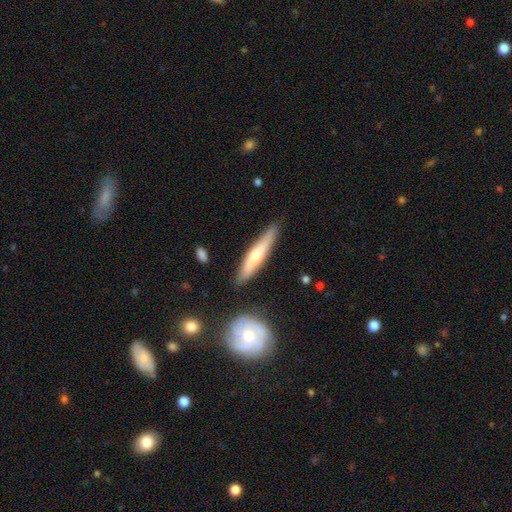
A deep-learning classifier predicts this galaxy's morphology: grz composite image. It shows a smooth galaxy with no disk features (49%). Merging: none (83%).